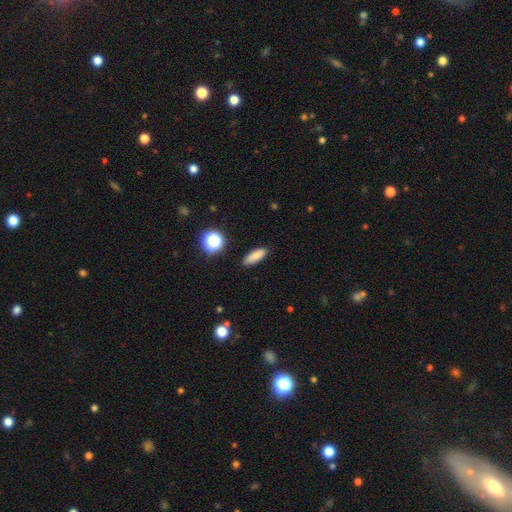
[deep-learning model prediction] Smooth or featured? smooth (84%)
How rounded? in between (57%)
Merging? none (88%)